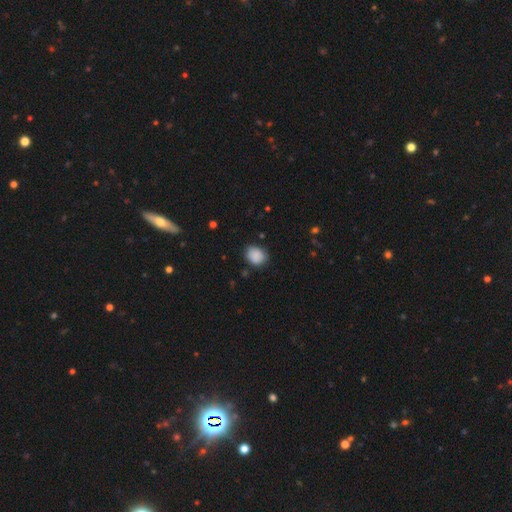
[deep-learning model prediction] Smooth or featured? Predicted: smooth (p=0.87). How rounded? Predicted: round (p=0.59). Merging? Predicted: none (p=0.77).